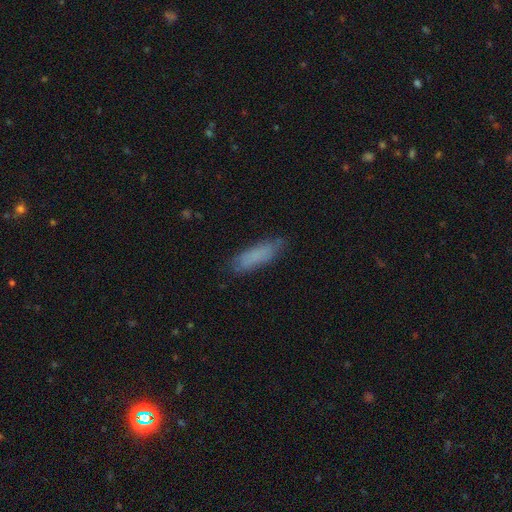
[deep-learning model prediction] This is likely a smooth galaxy (78%). How rounded: possibly cigar-shaped (57%). Merging: likely none (77%).